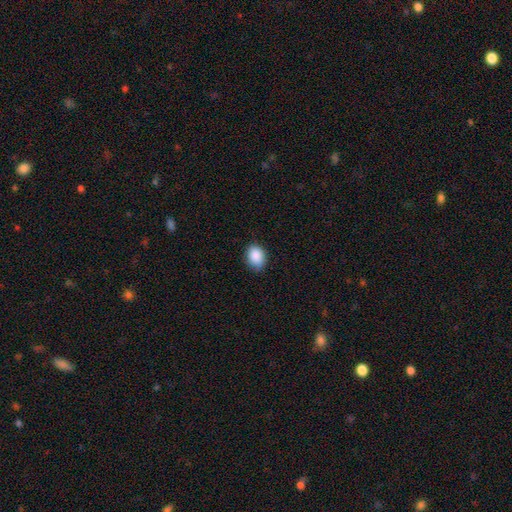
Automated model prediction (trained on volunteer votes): smooth-or-featured: smooth: 89% | star or artifact: 8% | featured or disk: 4%
  how-rounded: in between: 62% | round: 37% | cigar-shaped: 1%
  merging: none: 77% | minor disturbance: 19% | major disturbance: 3% | merger: 1%